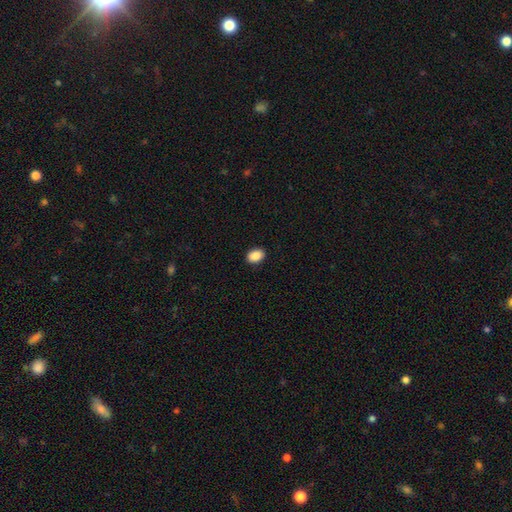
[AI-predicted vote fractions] The model was most divided on "how rounded": in between: 77%, round: 22%, cigar-shaped: 1%. More confident: merging — none (91%); smooth or featured — smooth (89%).